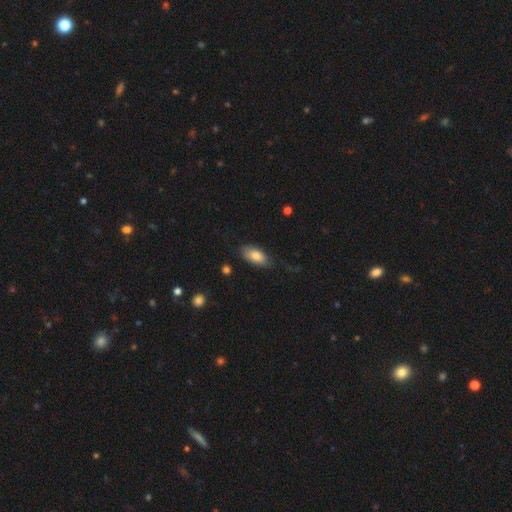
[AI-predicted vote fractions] A smooth galaxy with no disk features (83%) that is in between round and cigar-shaped (89%). Merging: none (70%).